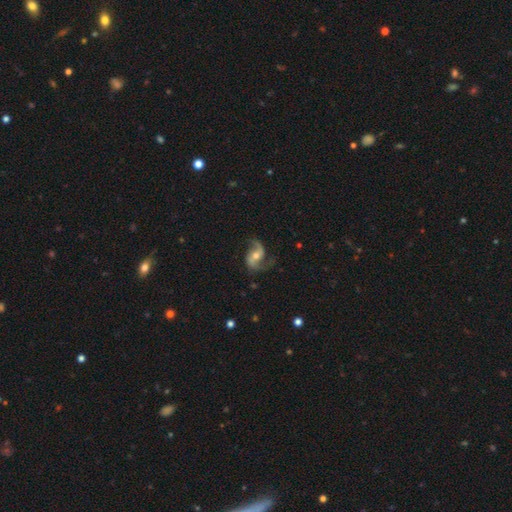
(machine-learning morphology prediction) A featured or disk galaxy (85%) with no bar (45%), 2 (92%) loose (63%) spiral arms (96%) and a moderate central bulge (58%).

Vote fractions:
- Smooth or featured? featured or disk: 85% / smooth: 9% / star or artifact: 6%
- Edge-on disk? no: 97% / yes: 3%
- Bar? no: 45% / weak: 37% / strong: 18%
- Spiral arms? yes: 96% / no: 4%
- Spiral winding? loose: 63% / medium: 31% / tight: 7%
- Spiral arm count? 2: 92% / 1: 3% / can't tell: 2% / 3: 1% / 4: 1% / more than 4: 1%
- Bulge size? moderate: 58% / small: 35% / large: 4% / none: 2% / dominant: 1%
- Merging? none: 71% / minor disturbance: 18% / major disturbance: 10% / merger: 2%